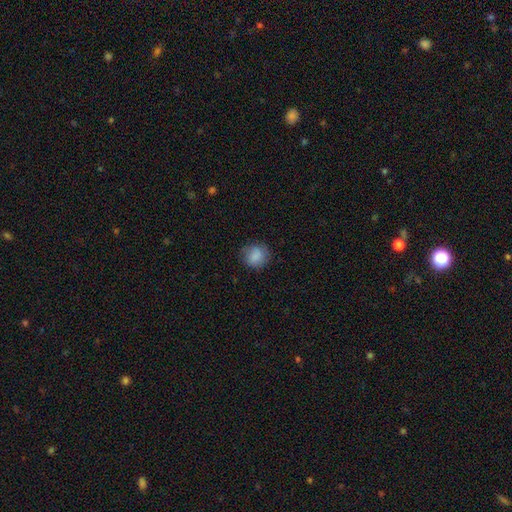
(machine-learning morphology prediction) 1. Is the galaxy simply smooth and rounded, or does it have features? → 84% smooth, 8% star or artifact, 8% featured or disk.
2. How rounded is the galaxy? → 79% round, 20% in between, 1% cigar-shaped.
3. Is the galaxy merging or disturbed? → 76% none, 18% minor disturbance, 5% major disturbance, 1% merger.